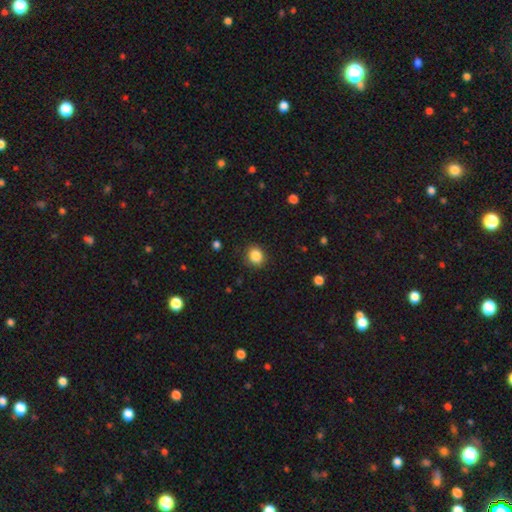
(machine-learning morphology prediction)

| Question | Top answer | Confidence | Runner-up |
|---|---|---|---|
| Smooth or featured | smooth | 86% | star or artifact (10%) |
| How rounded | round | 76% | in between (23%) |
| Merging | none | 87% | minor disturbance (9%) |